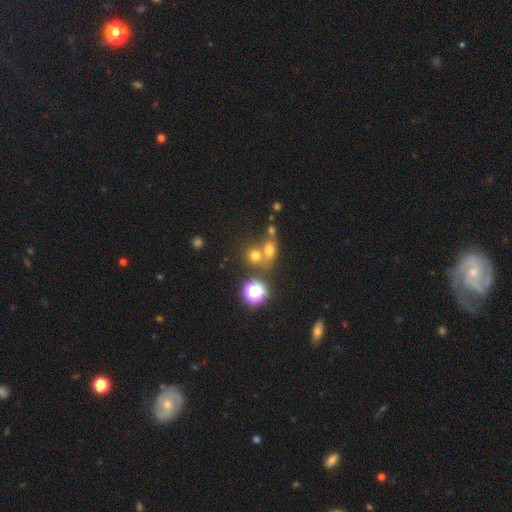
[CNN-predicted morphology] smooth_or_featured: smooth (p=0.64) [alt: star or artifact p=0.24]
how_rounded: round (p=0.71) [alt: in between p=0.27]
merging: none (p=0.47) [alt: merger p=0.41]